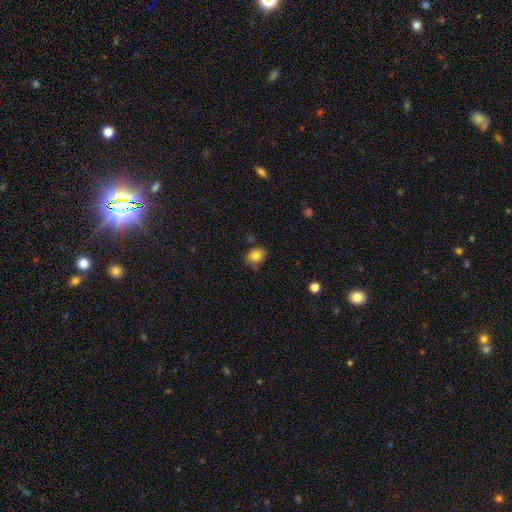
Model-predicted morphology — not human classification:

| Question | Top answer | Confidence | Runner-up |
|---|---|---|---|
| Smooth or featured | smooth | 82% | star or artifact (10%) |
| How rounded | in between | 55% | round (44%) |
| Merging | none | 77% | minor disturbance (16%) |